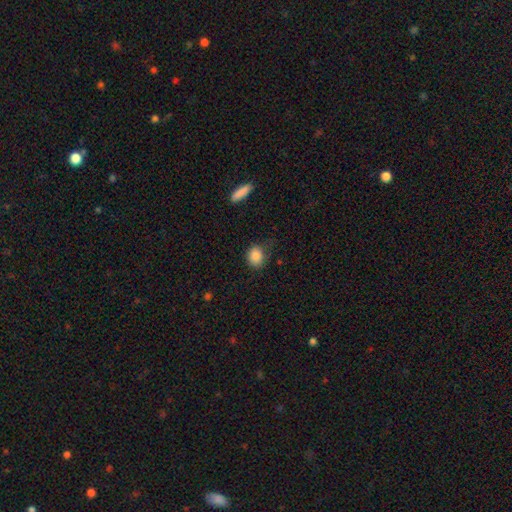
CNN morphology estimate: A smooth galaxy with no disk features (87%) that is round (62%). Merging: none (70%).